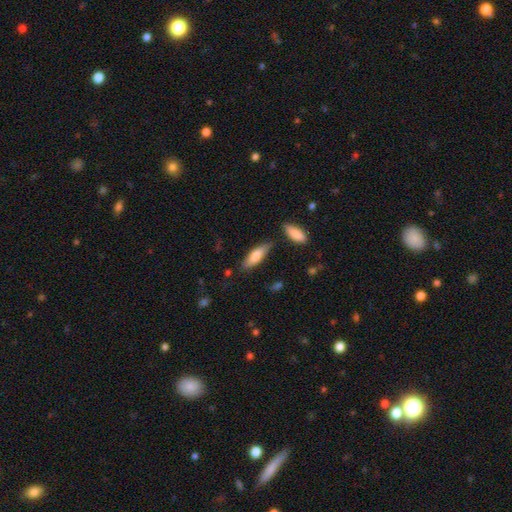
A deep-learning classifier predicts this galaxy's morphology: The model was most divided on "how rounded": in between: 57%, cigar-shaped: 41%, round: 2%. More confident: smooth or featured — smooth (80%); merging — none (74%).